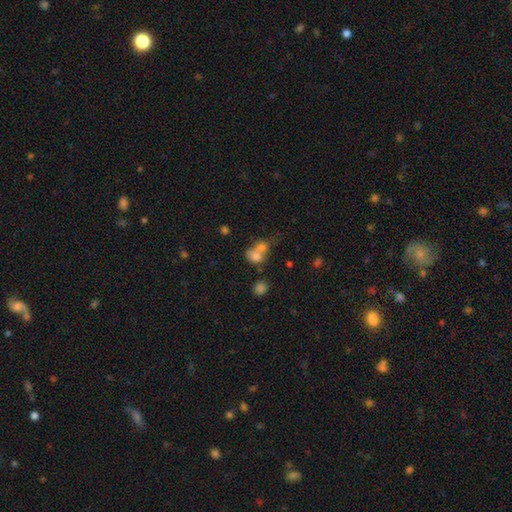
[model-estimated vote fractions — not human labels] The model was most divided on "how rounded" (2-way tie): round: 49%, in between: 49%, cigar-shaped: 2%. More confident: smooth or featured — smooth (73%); merging — merger (63%).